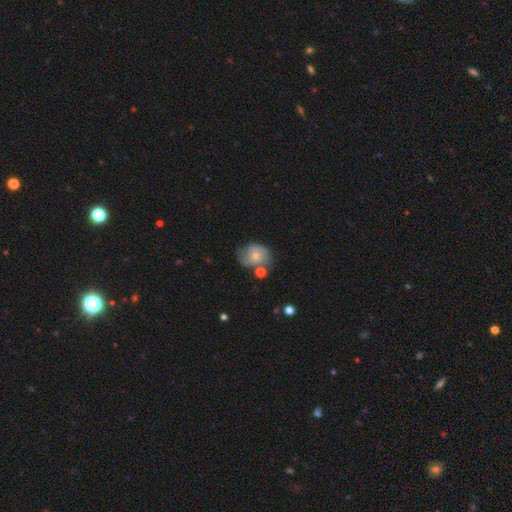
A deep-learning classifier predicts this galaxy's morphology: type=smooth (54%); roundness=round (52%); merging=none (45%).